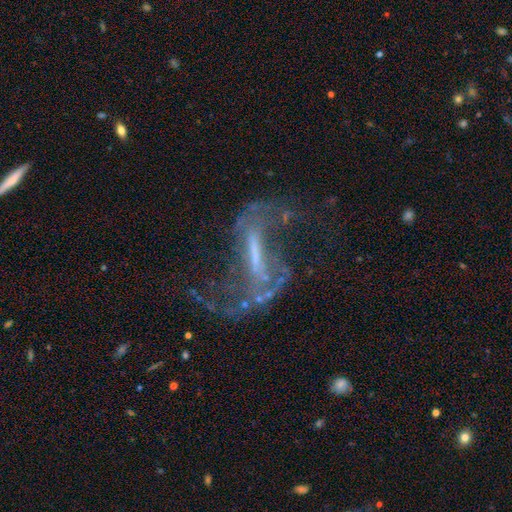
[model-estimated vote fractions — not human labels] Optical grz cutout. It shows a featured or disk galaxy (82%) with a strong bar (63%), 2 (83%) loose (74%) spiral arms (83%) and no central bulge (44%). Merging: none (46%).